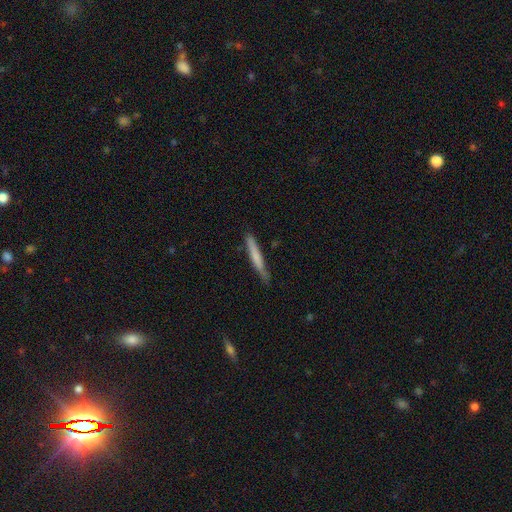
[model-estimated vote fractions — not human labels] A smooth galaxy with no disk features (68%) that is cigar-shaped (95%). Merging: none (76%).